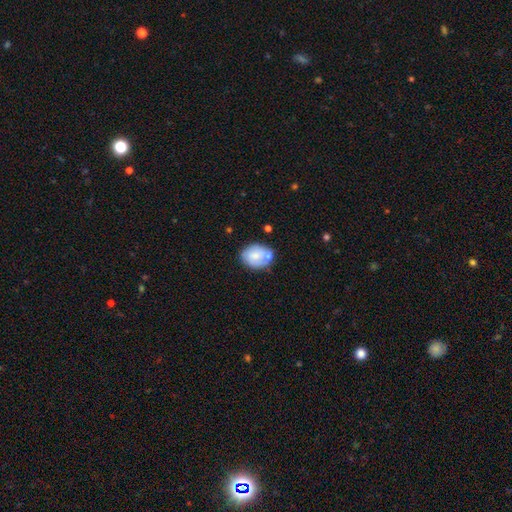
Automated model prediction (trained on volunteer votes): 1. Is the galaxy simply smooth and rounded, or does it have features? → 71% smooth, 22% featured or disk, 7% star or artifact.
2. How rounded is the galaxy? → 54% in between, 45% round, 1% cigar-shaped.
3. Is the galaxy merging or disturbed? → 56% none, 21% minor disturbance, 18% merger, 6% major disturbance.